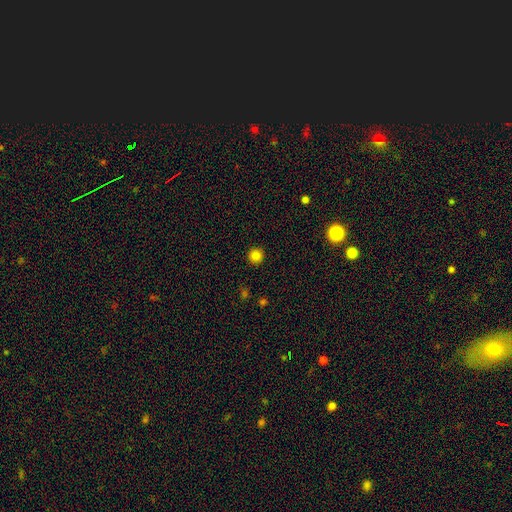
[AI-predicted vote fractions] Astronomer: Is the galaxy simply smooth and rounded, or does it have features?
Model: smooth — 83%.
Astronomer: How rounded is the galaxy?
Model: round — 95%.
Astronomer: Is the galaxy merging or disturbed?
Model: none — 93%.